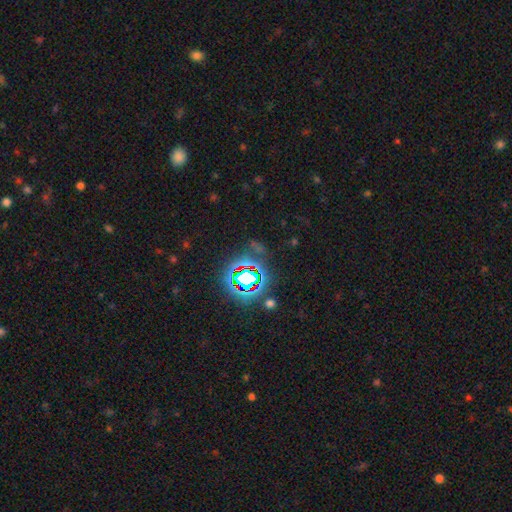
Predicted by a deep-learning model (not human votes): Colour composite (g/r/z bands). It shows a star or artifact, not a galaxy (80%).